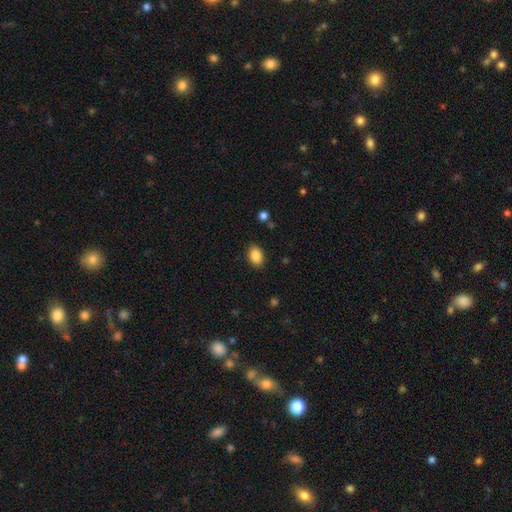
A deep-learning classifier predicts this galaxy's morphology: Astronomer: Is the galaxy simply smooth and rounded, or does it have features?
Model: smooth — 88%.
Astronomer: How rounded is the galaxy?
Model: in between — 73%.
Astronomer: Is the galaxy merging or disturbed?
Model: none — 86%.